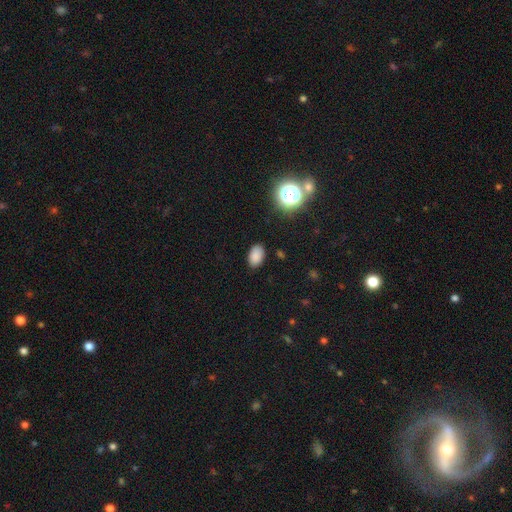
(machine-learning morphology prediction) Overall: smooth (83%). How rounded: in between (90%). Merging: none (85%).